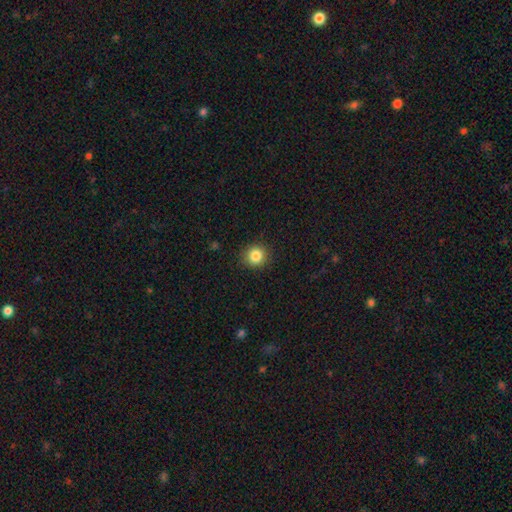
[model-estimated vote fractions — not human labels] Smooth or featured: smooth — 84% (star or artifact — 11%)
How rounded: round — 90% (in between — 9%)
Merging: none — 90% (minor disturbance — 7%)